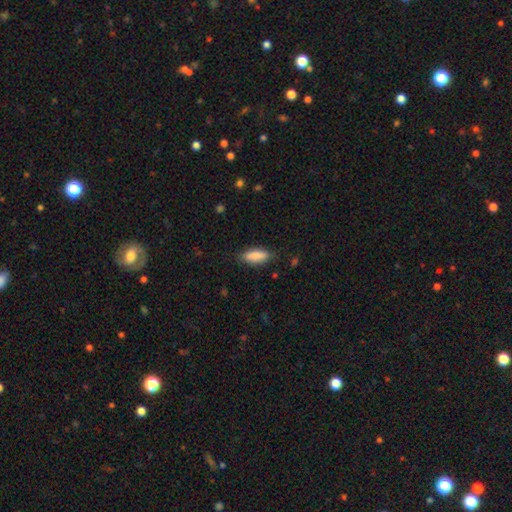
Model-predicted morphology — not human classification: A smooth galaxy with no disk features (86%) that is in between round and cigar-shaped (69%).

Vote fractions:
- Smooth or featured? smooth: 86% / featured or disk: 8% / star or artifact: 6%
- How rounded? in between: 69% / cigar-shaped: 29% / round: 2%
- Merging? none: 81% / minor disturbance: 15% / major disturbance: 3% / merger: 1%